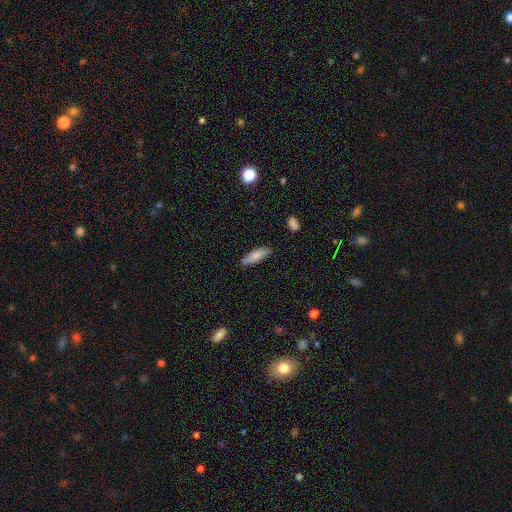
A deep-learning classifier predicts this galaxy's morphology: smooth_or_featured: smooth (p=0.81) [alt: featured or disk p=0.12]
how_rounded: in between (p=0.51) [alt: cigar-shaped p=0.47]
merging: none (p=0.84) [alt: minor disturbance p=0.13]